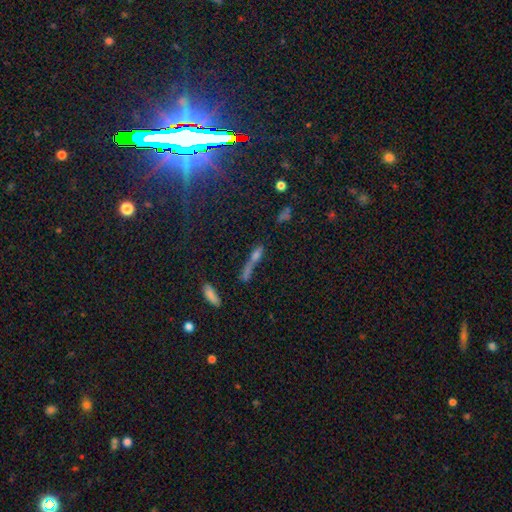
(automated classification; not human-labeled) Morphology: type=smooth (48%); merging=none (38%).